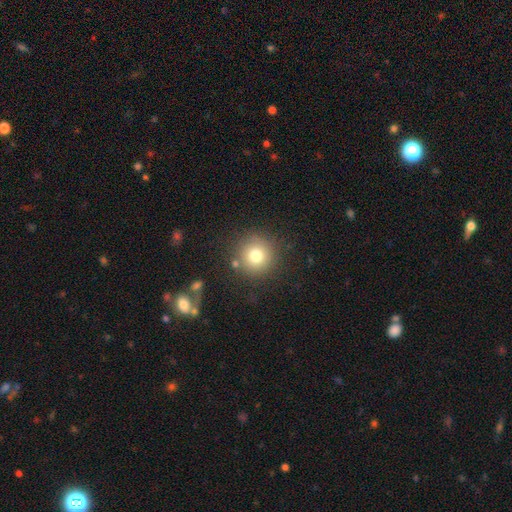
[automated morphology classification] smooth 77%, star or artifact 13%, featured or disk 11%. Down the decision tree: how rounded — round (94%); merging — none (82%).